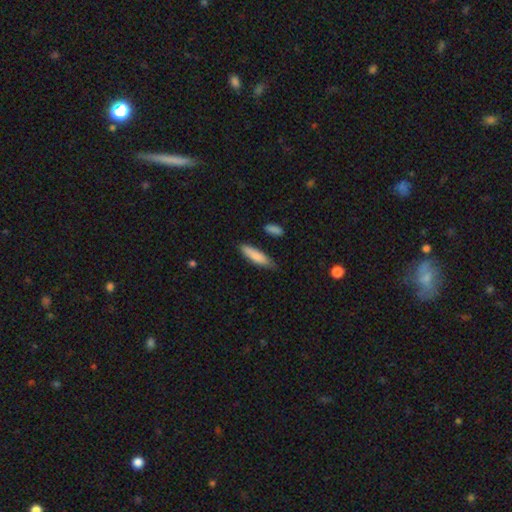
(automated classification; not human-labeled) This appears to be a smooth galaxy with no disk features (83%) that is cigar-shaped (67%). Merging: none (73%).